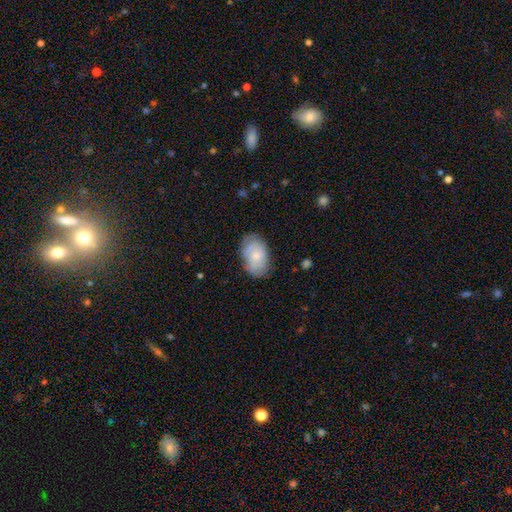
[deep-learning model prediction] This appears to be a smooth galaxy with no disk features (66%) that is in between round and cigar-shaped (90%). Merging: none (73%).